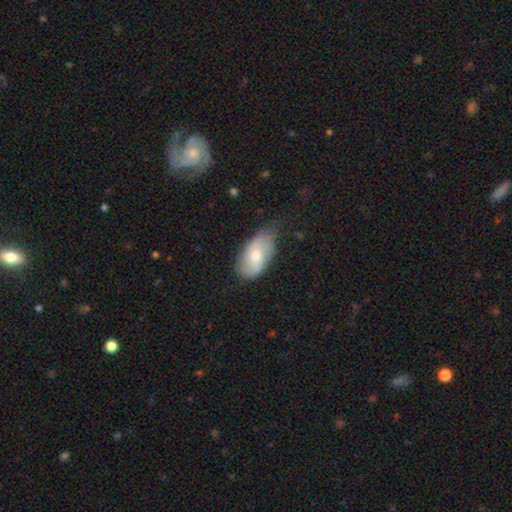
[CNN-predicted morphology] Smooth or featured?
  - smooth: 54% *
  - featured or disk: 40%
  - star or artifact: 6%
How rounded?
  - in between: 92% *
  - round: 5%
  - cigar-shaped: 3%
Merging?
  - none: 50% *
  - minor disturbance: 38%
  - major disturbance: 10%
  - merger: 2%